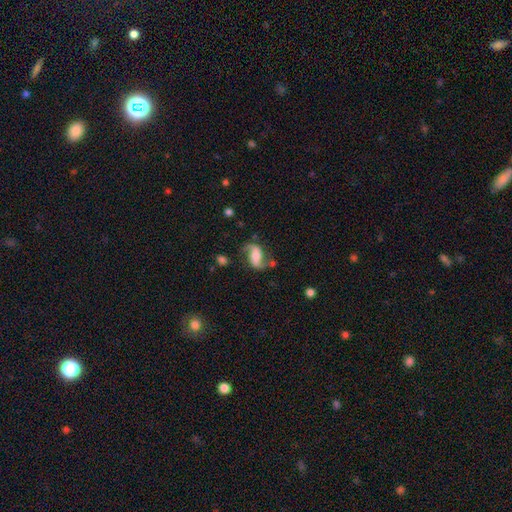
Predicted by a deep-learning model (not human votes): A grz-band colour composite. It shows a featured or disk galaxy (81%) with no bar (39%), 2 (92%) loose (68%) spiral arms (95%) and a moderate central bulge (37%). Merging: none (66%).